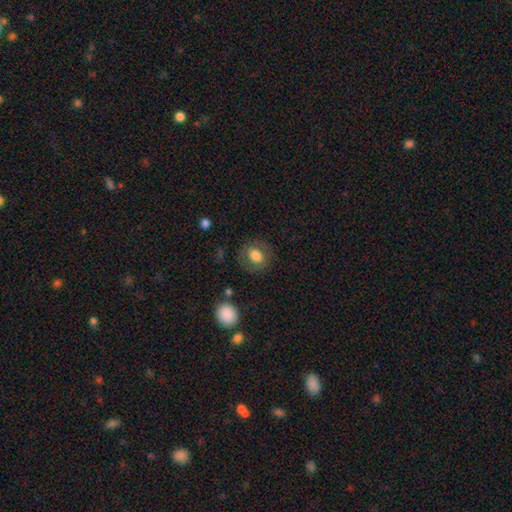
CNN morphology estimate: This appears to be a smooth galaxy with no disk features (72%) that is round (64%). Merging: none (77%).